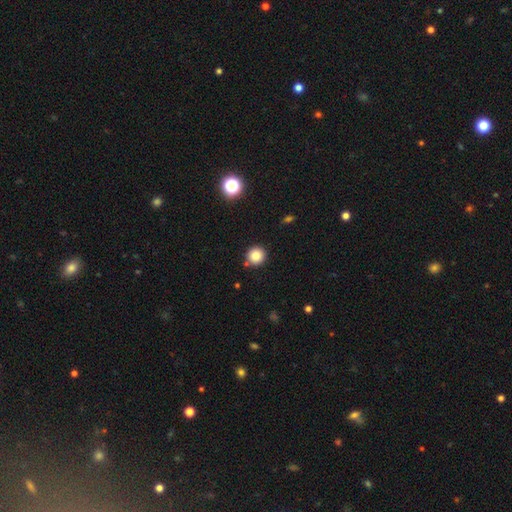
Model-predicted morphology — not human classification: This is clearly a smooth galaxy (83%). How rounded: clearly round (95%). Merging: clearly none (86%).